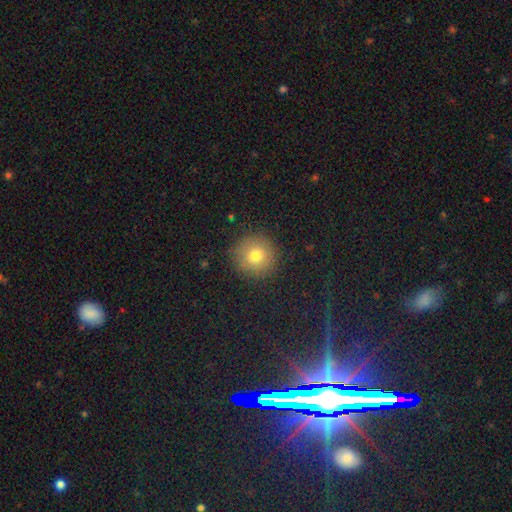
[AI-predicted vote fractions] The model was most divided on "smooth or featured": smooth: 75%, star or artifact: 14%, featured or disk: 11%. More confident: how rounded — round (95%); merging — none (89%).